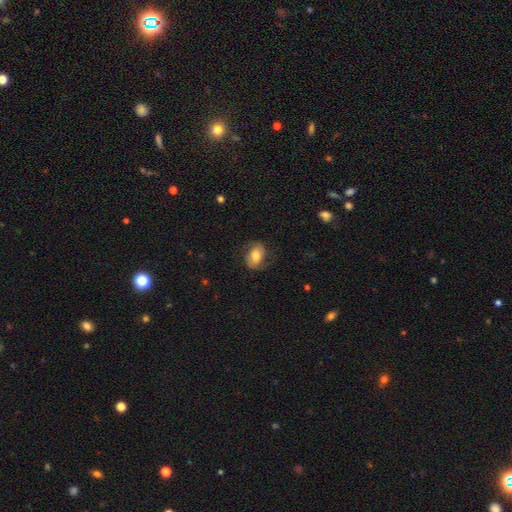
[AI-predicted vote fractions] smooth-or-featured: smooth: 56% | featured or disk: 36% | star or artifact: 8%
  how-rounded: in between: 75% | round: 24% | cigar-shaped: 1%
  merging: none: 69% | minor disturbance: 19% | major disturbance: 11% | merger: 1%